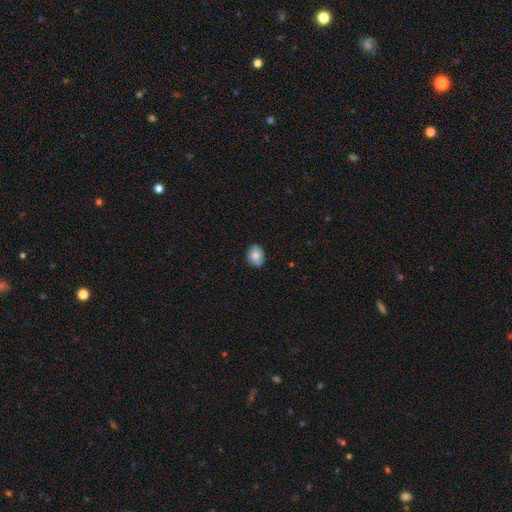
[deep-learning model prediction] smooth 83%, featured or disk 9%, star or artifact 8%. Down the decision tree: how rounded — in between (50%); merging — none (83%).